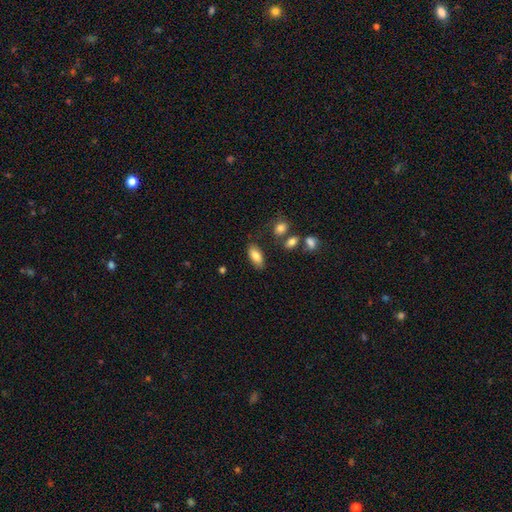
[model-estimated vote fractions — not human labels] Overall: smooth (83%). How rounded: in between (89%). Merging: none (79%).